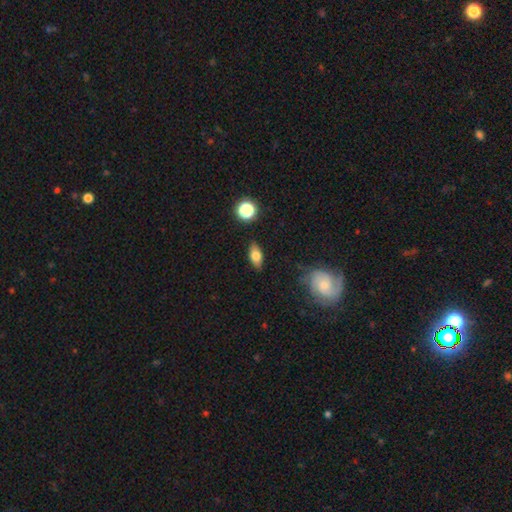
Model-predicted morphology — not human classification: Q: Smooth or featured?
A: smooth (69%); runner-up: featured or disk (21%)
Q: How rounded?
A: in between (80%); runner-up: cigar-shaped (11%)
Q: Merging?
A: none (86%); runner-up: minor disturbance (11%)